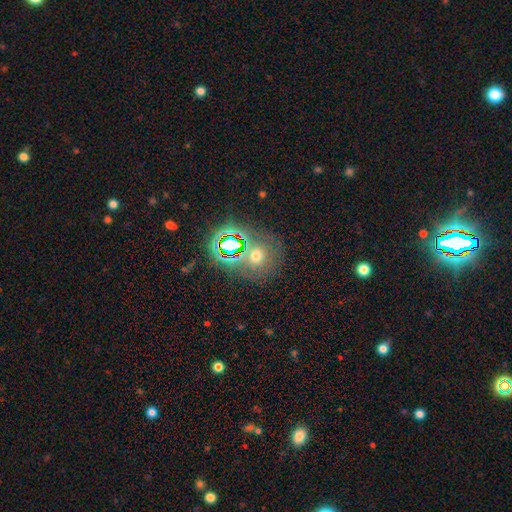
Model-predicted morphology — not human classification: Q: Smooth or featured?
A: smooth (51%); runner-up: star or artifact (37%)
Q: How rounded?
A: round (85%); runner-up: in between (13%)
Q: Merging?
A: none (72%); runner-up: merger (12%)